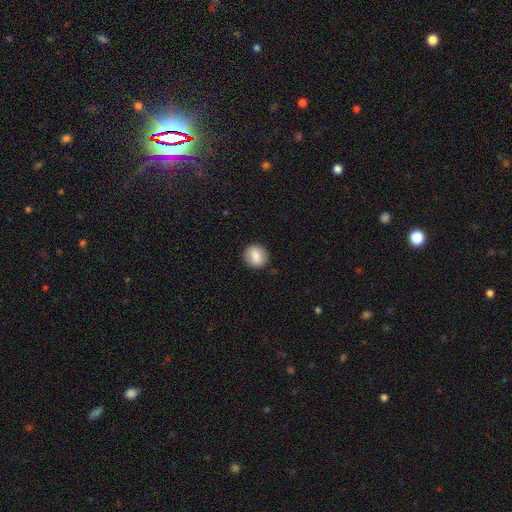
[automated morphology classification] This appears to be a smooth galaxy with no disk features (81%) that is round (82%). Merging: none (89%).